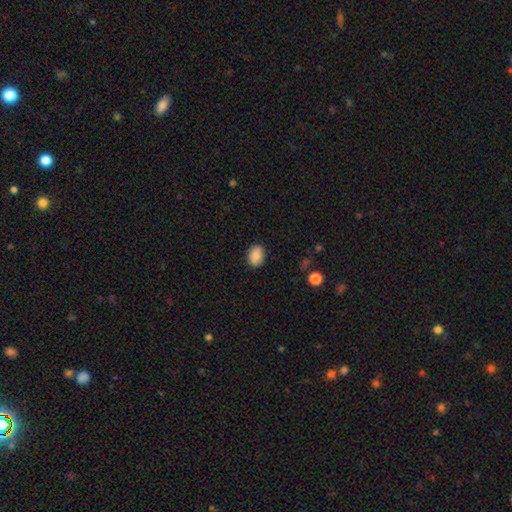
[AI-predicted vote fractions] The model was most divided on "how rounded": in between: 72%, round: 27%, cigar-shaped: 1%. More confident: merging — none (86%); smooth or featured — smooth (85%).